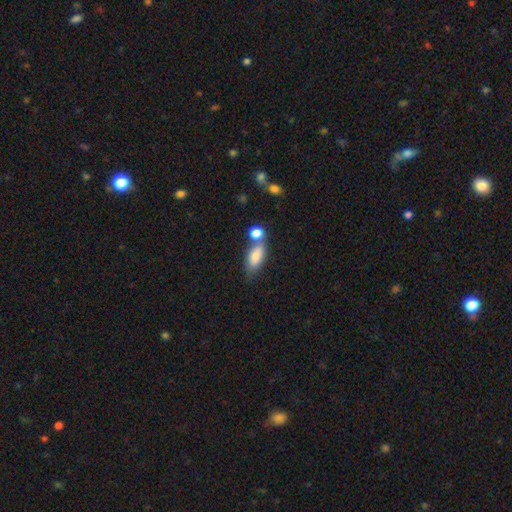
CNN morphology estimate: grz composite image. It shows a smooth galaxy with no disk features (81%) that is in between round and cigar-shaped (83%). Merging: none (41%).